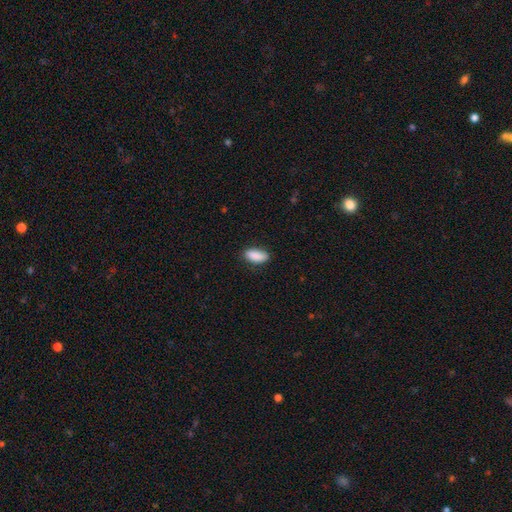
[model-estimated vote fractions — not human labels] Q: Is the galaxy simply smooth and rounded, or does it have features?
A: smooth — 90%.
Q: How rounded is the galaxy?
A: in between — 87%.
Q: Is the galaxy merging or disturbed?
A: none — 83%.